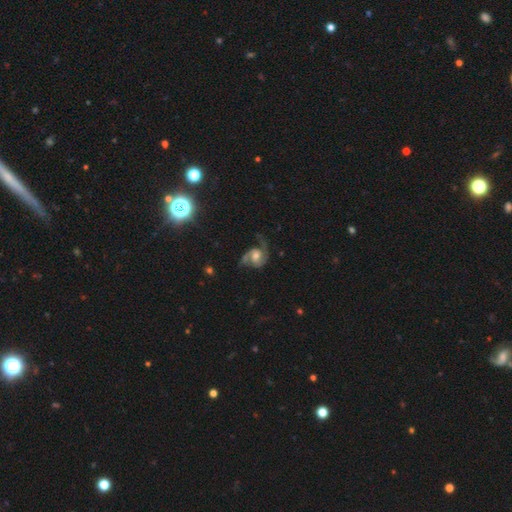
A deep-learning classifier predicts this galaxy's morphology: Q: Smooth or featured?
A: featured or disk (84%); runner-up: smooth (10%)
Q: Edge-on disk?
A: no (98%); runner-up: yes (2%)
Q: Bar?
A: no (63%); runner-up: weak (30%)
Q: Spiral arms?
A: yes (96%); runner-up: no (4%)
Q: Spiral winding?
A: medium (49%); runner-up: loose (31%)
Q: Spiral arm count?
A: 2 (84%); runner-up: 1 (7%)
Q: Bulge size?
A: moderate (62%); runner-up: small (21%)
Q: Merging?
A: none (56%); runner-up: minor disturbance (21%)